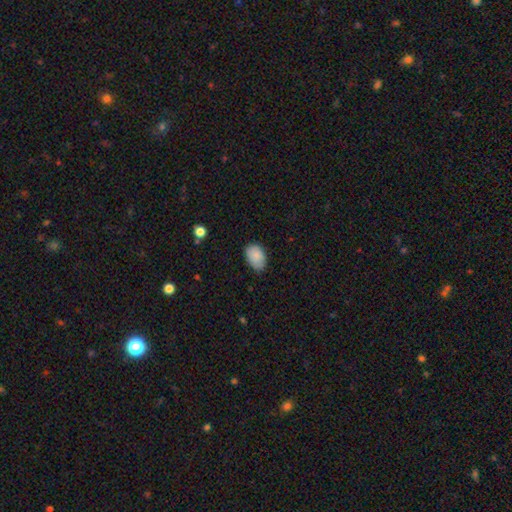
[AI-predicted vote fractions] Morphology: type=smooth (87%); roundness=in between (88%); merging=none (72%).